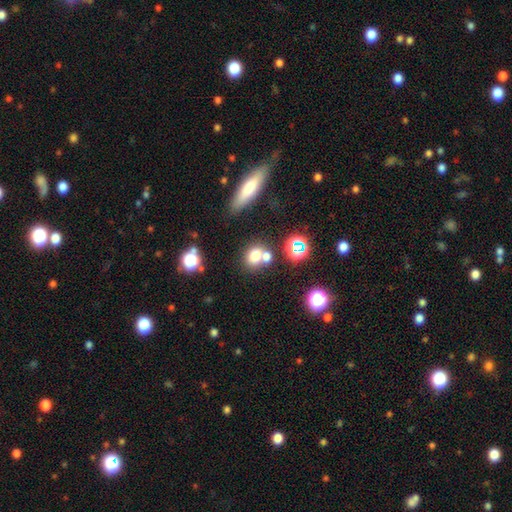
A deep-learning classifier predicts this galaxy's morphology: smooth_or_featured: smooth (p=0.72) [alt: star or artifact p=0.16]
how_rounded: round (p=0.65) [alt: in between p=0.33]
merging: none (p=0.52) [alt: merger p=0.34]